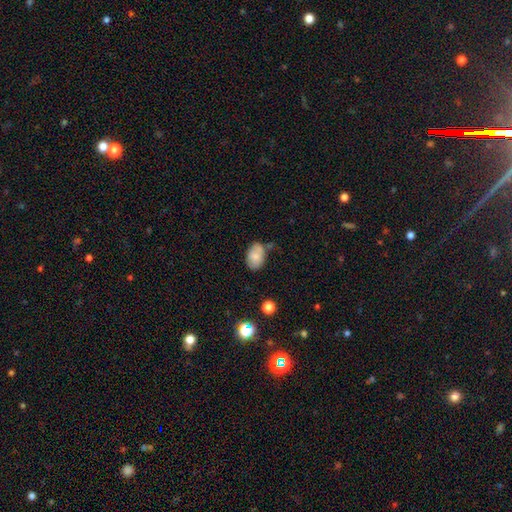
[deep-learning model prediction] Morphology: type=smooth (78%); roundness=in between (86%); merging=none (55%).